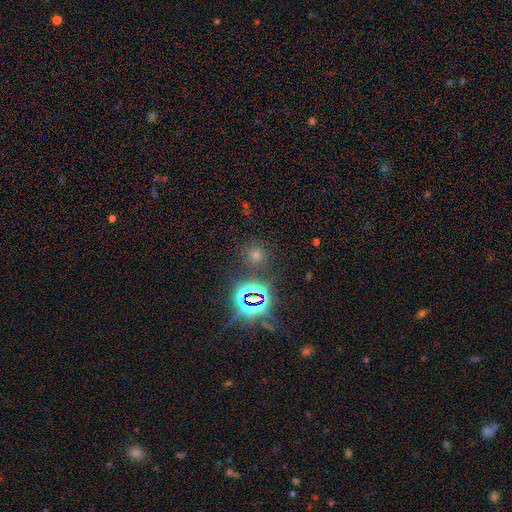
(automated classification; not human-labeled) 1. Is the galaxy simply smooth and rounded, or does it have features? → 47% star or artifact, 45% smooth, 8% featured or disk.